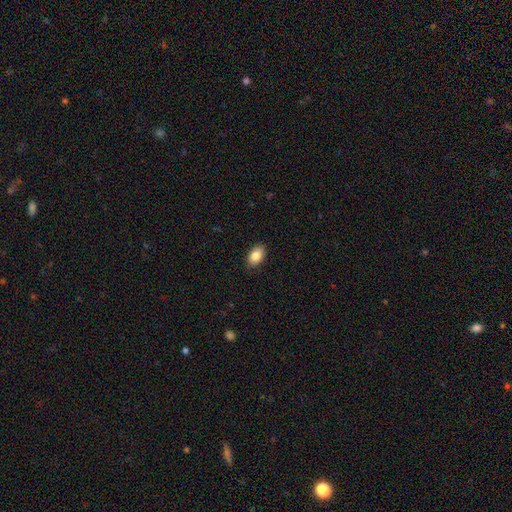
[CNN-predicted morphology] Smooth or featured: smooth — 86% (star or artifact — 7%)
How rounded: in between — 90% (round — 8%)
Merging: none — 88% (minor disturbance — 9%)